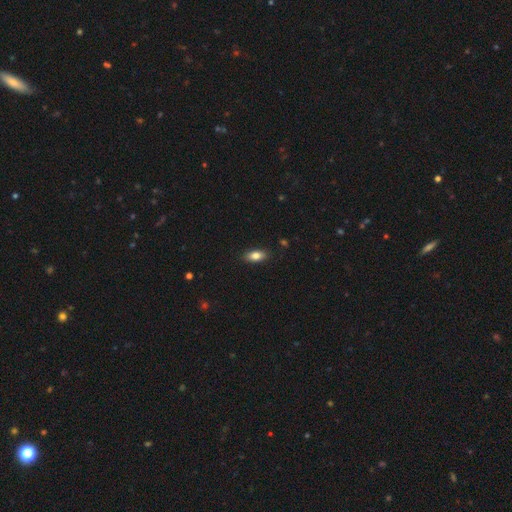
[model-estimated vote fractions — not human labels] This is clearly a smooth galaxy (82%). How rounded: clearly in between (87%). Merging: clearly none (88%).